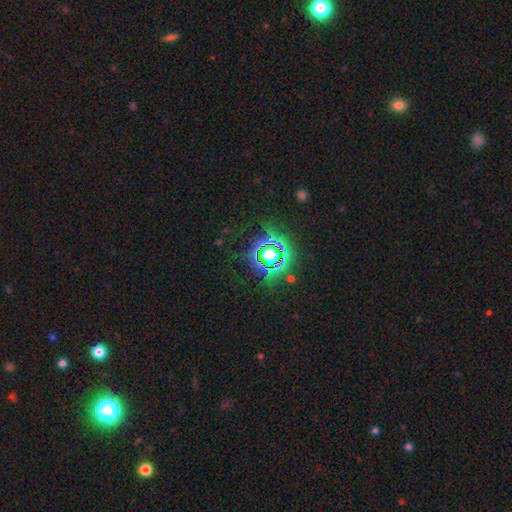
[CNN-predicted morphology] smooth_or_featured: star or artifact (p=0.75) [alt: smooth p=0.16]